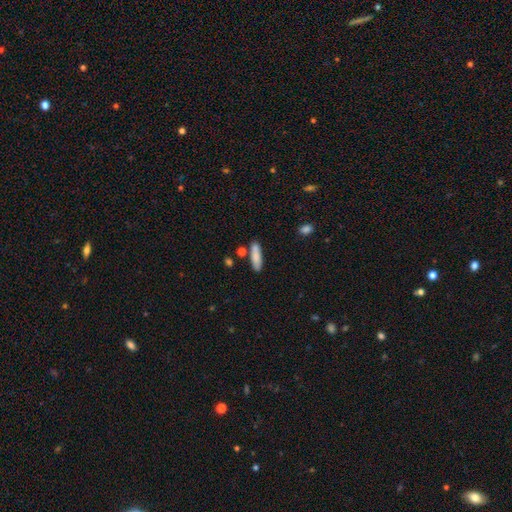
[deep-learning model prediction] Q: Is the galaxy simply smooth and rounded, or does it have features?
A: smooth — 84%.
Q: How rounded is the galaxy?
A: cigar-shaped — 66%.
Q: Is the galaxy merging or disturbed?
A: none — 79%.